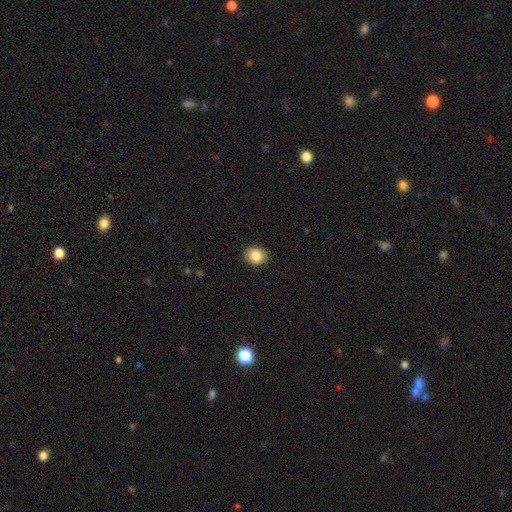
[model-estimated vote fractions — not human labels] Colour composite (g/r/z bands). It shows a smooth galaxy with no disk features (85%) that is round (61%). Merging: none (91%).